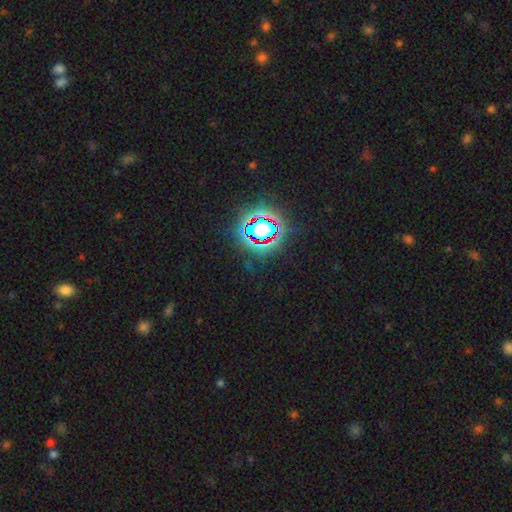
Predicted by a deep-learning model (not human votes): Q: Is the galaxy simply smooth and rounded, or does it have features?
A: star or artifact — 81%.